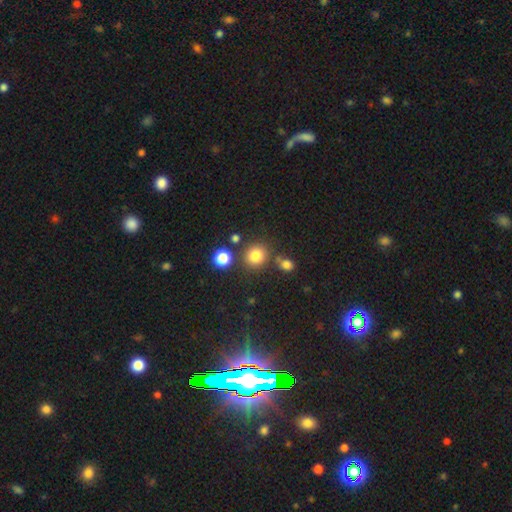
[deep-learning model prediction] smooth 80%, star or artifact 14%, featured or disk 6%. Down the decision tree: how rounded — round (88%); merging — none (78%).